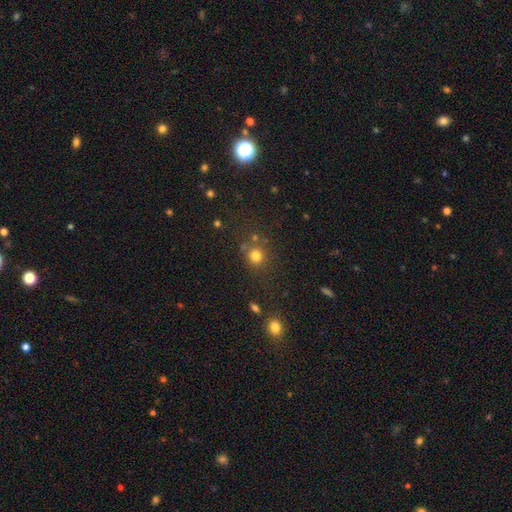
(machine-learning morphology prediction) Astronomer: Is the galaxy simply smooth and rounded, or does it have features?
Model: smooth — 77%.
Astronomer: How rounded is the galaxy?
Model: round — 87%.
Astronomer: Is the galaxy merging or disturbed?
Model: none — 74%.